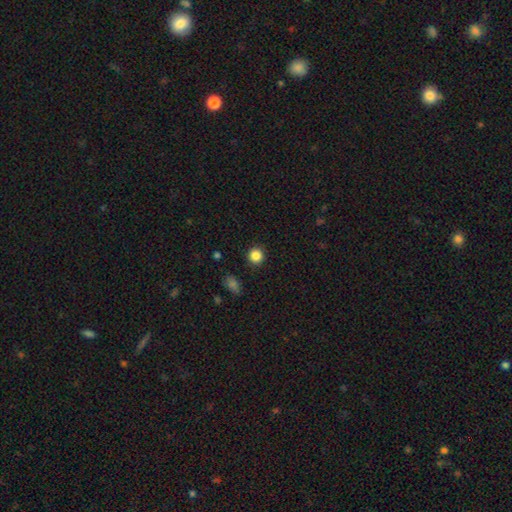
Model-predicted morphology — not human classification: The model was most divided on "smooth or featured": smooth: 86%, star or artifact: 11%, featured or disk: 4%. More confident: how rounded — round (93%); merging — none (91%).